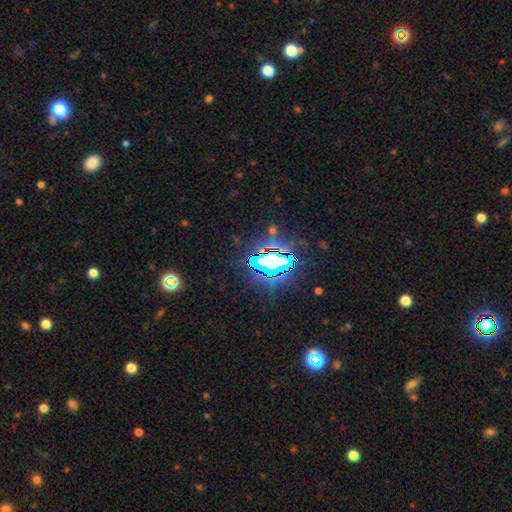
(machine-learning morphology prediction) Smooth or featured: star or artifact — 80% (smooth — 11%)